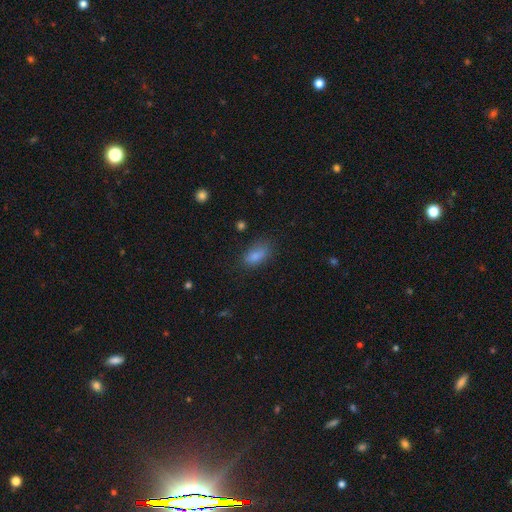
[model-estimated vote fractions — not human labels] smooth 82%, star or artifact 10%, featured or disk 8%. Down the decision tree: how rounded — in between (87%); merging — none (65%).